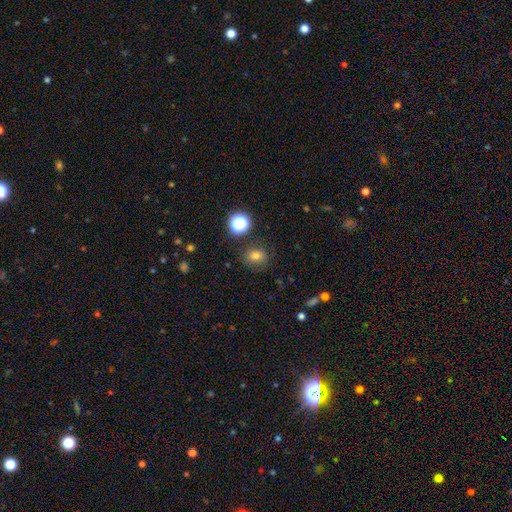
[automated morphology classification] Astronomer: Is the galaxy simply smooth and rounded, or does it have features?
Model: smooth — 74%.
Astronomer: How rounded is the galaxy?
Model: round — 66%.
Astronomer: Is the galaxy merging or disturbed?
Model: none — 79%.